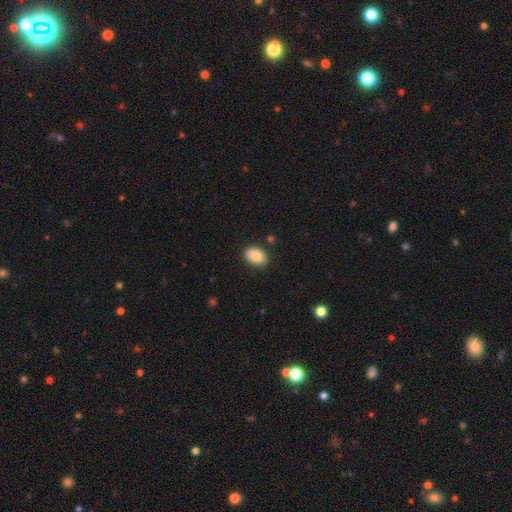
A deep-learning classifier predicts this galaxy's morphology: Smooth or featured? Predicted: smooth (p=0.86). How rounded? Predicted: in between (p=0.88). Merging? Predicted: none (p=0.86).